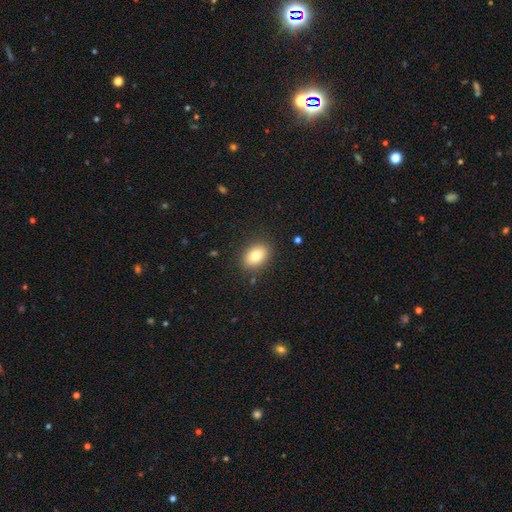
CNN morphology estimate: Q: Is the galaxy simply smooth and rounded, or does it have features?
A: smooth — 81%.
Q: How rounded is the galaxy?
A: in between — 78%.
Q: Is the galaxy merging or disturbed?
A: none — 87%.